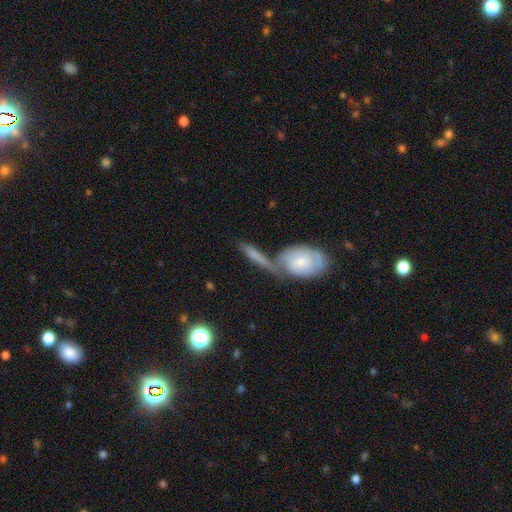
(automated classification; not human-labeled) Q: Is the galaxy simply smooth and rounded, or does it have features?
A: smooth — 57%.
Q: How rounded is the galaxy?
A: cigar-shaped — 52%.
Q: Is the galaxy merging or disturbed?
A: merger — 50%.